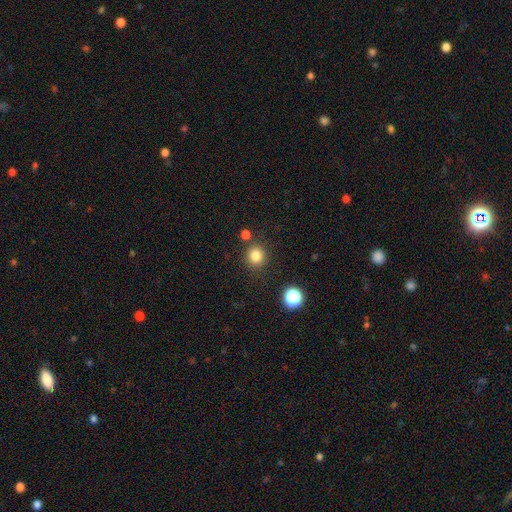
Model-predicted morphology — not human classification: type=smooth (82%); roundness=round (88%); merging=none (84%).